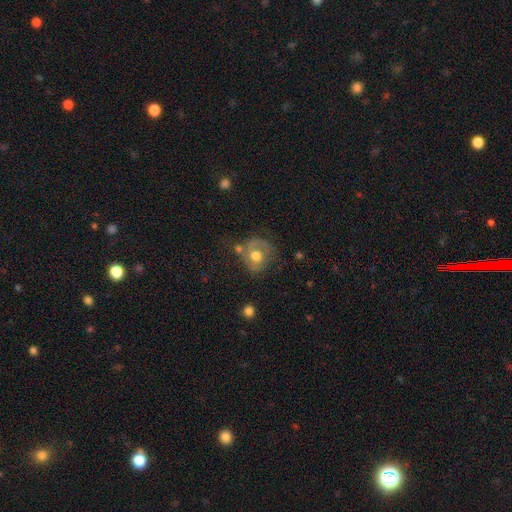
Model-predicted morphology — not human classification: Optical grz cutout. It shows a featured or disk galaxy (47%). Merging: none (53%).